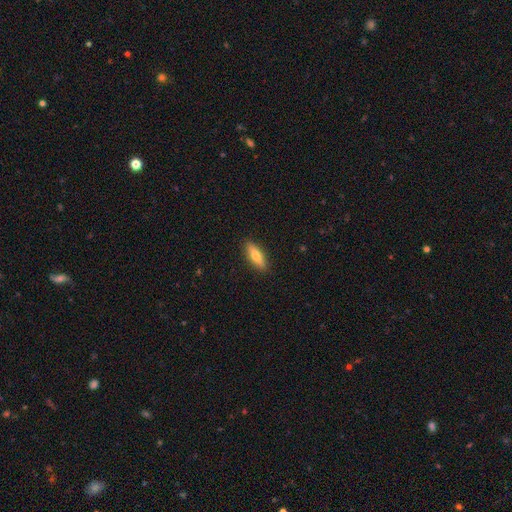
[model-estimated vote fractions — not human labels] Overall: smooth (69%). How rounded: in between (52%; cigar-shaped 45%). Merging: none (90%).